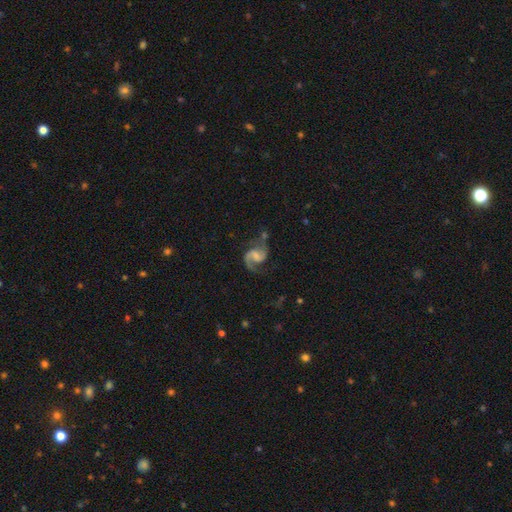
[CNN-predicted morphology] Smooth or featured? Predicted: featured or disk (p=0.89). Edge-on disk? Predicted: no (p=0.98). Bar? Predicted: weak (p=0.51). Spiral arms? Predicted: yes (p=0.98). Spiral winding? Predicted: medium (p=0.53). Spiral arm count? Predicted: 2 (p=0.92). Bulge size? Predicted: small (p=0.39). Merging? Predicted: none (p=0.67).